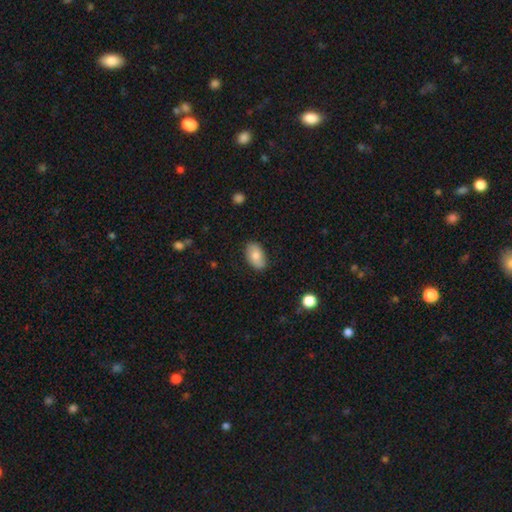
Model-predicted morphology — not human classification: Smooth or featured? smooth (76%)
How rounded? in between (92%)
Merging? none (82%)